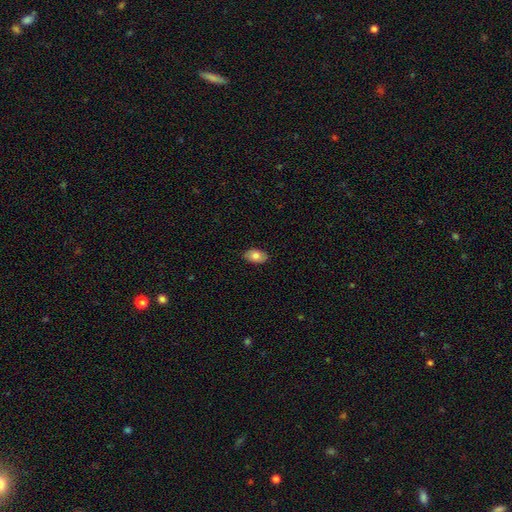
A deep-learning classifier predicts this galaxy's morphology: Smooth or featured? smooth (79%)
How rounded? in between (92%)
Merging? none (87%)